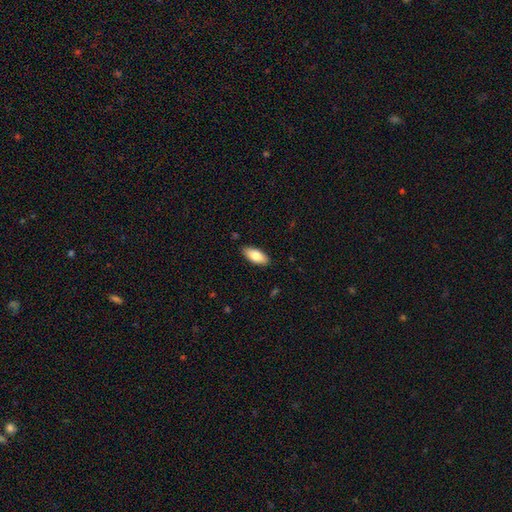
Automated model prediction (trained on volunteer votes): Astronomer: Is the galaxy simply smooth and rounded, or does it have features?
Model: smooth — 81%.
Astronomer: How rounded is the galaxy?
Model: in between — 87%.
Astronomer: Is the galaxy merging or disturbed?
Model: none — 88%.